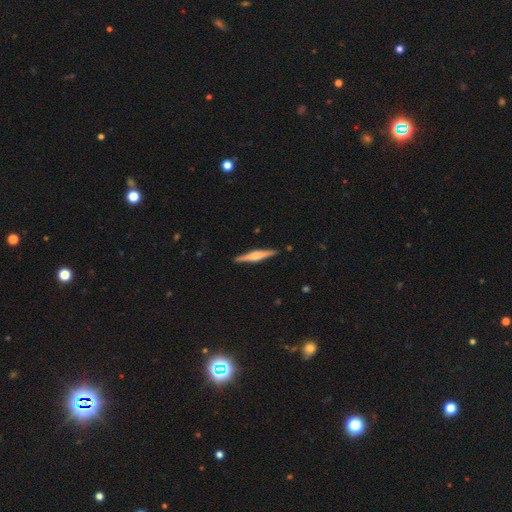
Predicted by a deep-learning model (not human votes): Smooth or featured? featured or disk (69%)
Edge-on disk? yes (98%)
Edge-on bulge? rounded (74%)
Merging? none (90%)